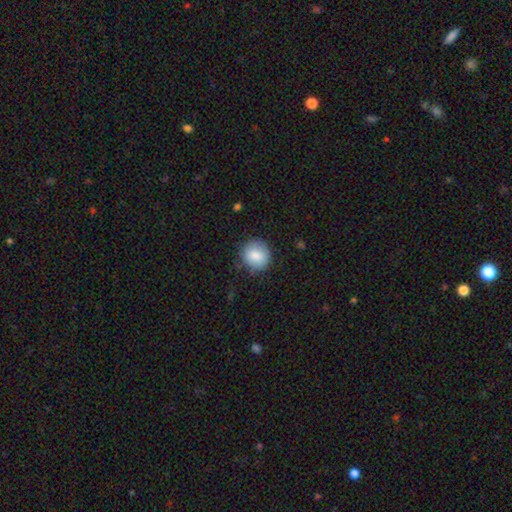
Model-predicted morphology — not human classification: type=smooth (85%); roundness=round (89%); merging=none (83%).